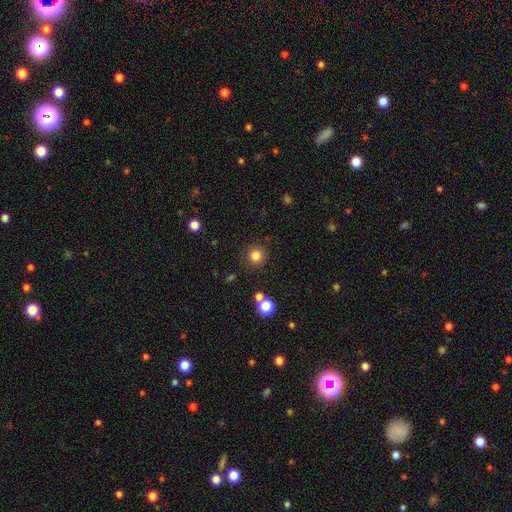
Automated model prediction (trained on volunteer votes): This is clearly a smooth galaxy (82%). How rounded: clearly round (94%). Merging: clearly none (87%).